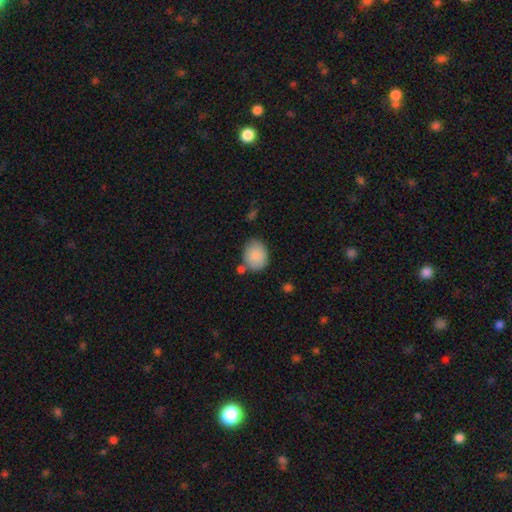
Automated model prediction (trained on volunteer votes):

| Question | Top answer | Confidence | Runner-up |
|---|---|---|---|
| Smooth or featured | smooth | 87% | featured or disk (7%) |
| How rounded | in between | 56% | round (43%) |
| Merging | none | 69% | minor disturbance (18%) |